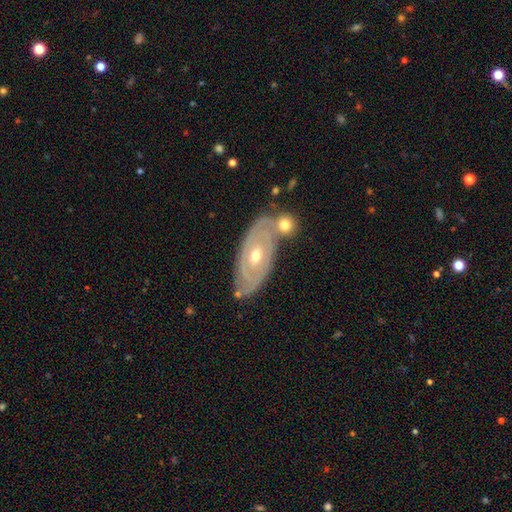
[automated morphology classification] smooth_or_featured: featured or disk (p=0.82) [alt: smooth p=0.12]
disk_edge_on: no (p=0.91) [alt: yes p=0.09]
bar: no (p=0.74) [alt: weak p=0.20]
has_spiral_arms: yes (p=0.82) [alt: no p=0.18]
spiral_winding: tight (p=0.76) [alt: medium p=0.19]
spiral_arm_count: 2 (p=0.46) [alt: can't tell p=0.38]
bulge_size: moderate (p=0.61) [alt: small p=0.35]
merging: none (p=0.65) [alt: merger p=0.16]